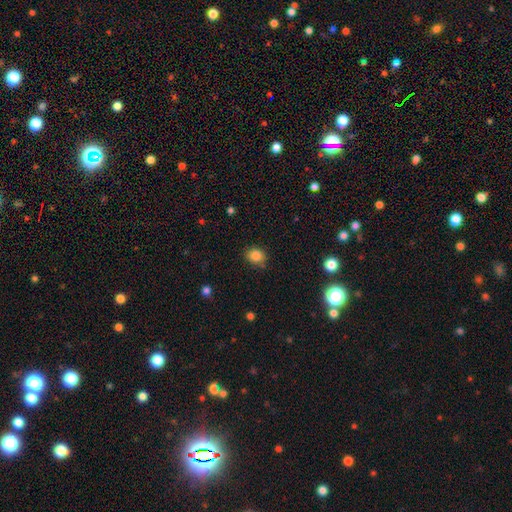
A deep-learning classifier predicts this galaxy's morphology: type=smooth (84%); roundness=round (64%); merging=none (79%).